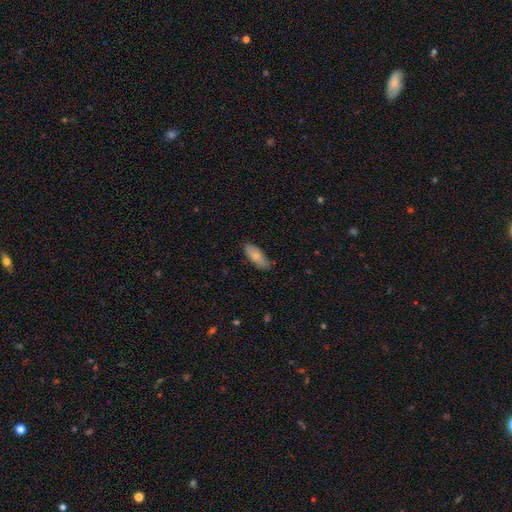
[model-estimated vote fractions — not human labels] smooth-or-featured: smooth: 80% | featured or disk: 14% | star or artifact: 6%
  how-rounded: in between: 78% | cigar-shaped: 20% | round: 2%
  merging: none: 82% | minor disturbance: 15% | major disturbance: 2% | merger: 1%